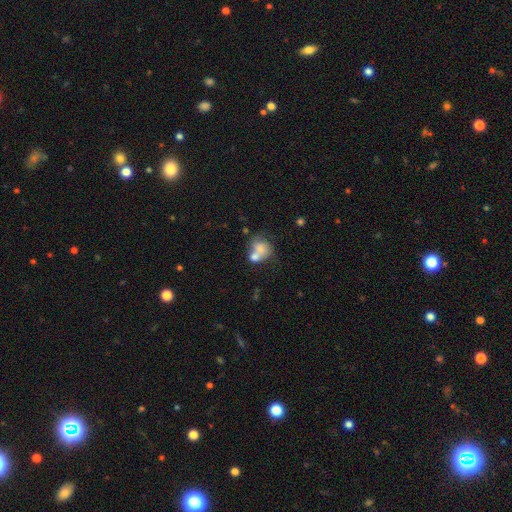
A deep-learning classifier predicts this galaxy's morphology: A smooth galaxy with no disk features (67%) that is in between round and cigar-shaped (52%). Merging: merger (57%).